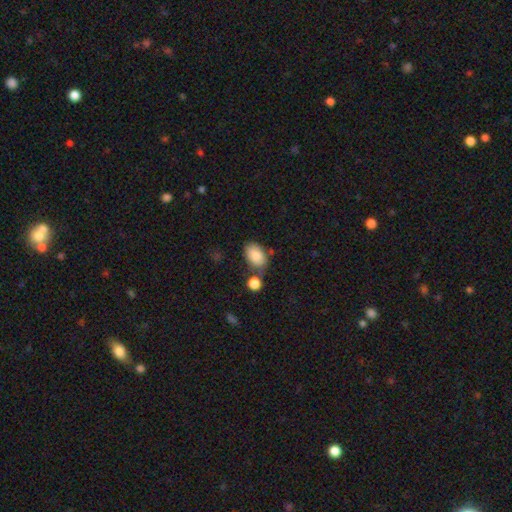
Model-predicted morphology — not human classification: Overall: smooth (85%). How rounded: in between (87%). Merging: none (61%).